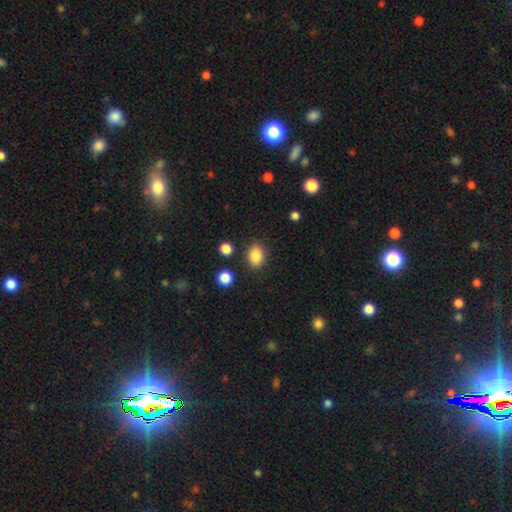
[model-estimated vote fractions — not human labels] Smooth or featured: smooth — 86% (star or artifact — 9%)
How rounded: in between — 60% (round — 38%)
Merging: none — 84% (minor disturbance — 10%)